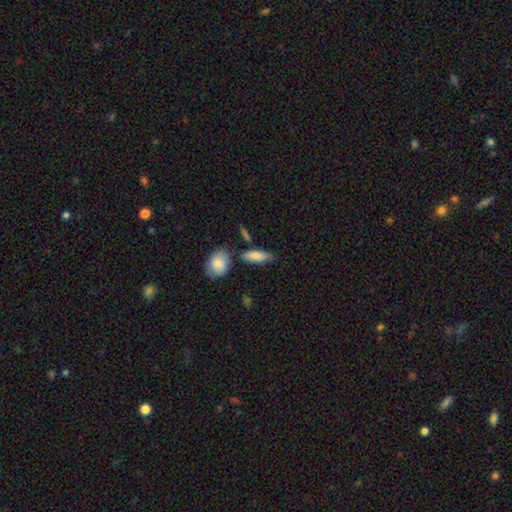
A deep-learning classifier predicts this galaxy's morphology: The model was most divided on "how rounded": in between: 69%, cigar-shaped: 28%, round: 3%. More confident: smooth or featured — smooth (82%); merging — none (71%).